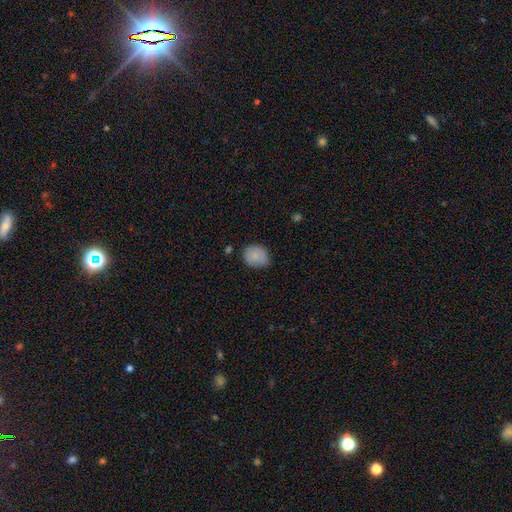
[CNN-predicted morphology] smooth_or_featured: smooth (p=0.83) [alt: featured or disk p=0.09]
how_rounded: round (p=0.59) [alt: in between p=0.40]
merging: none (p=0.70) [alt: minor disturbance p=0.23]